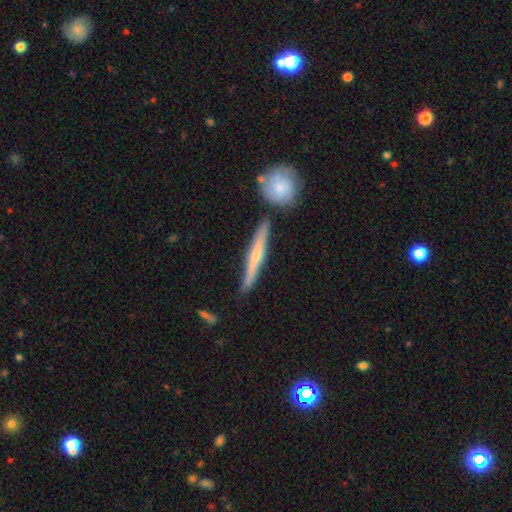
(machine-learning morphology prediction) Smooth or featured? Predicted: featured or disk (p=0.52). Edge-on disk? Predicted: yes (p=0.94). Merging? Predicted: none (p=0.80).